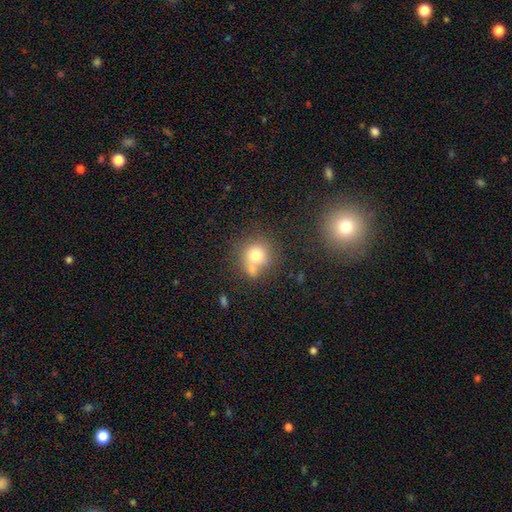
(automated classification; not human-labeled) This is likely a smooth galaxy (75%). How rounded: clearly round (84%). Merging: possibly none (48%).